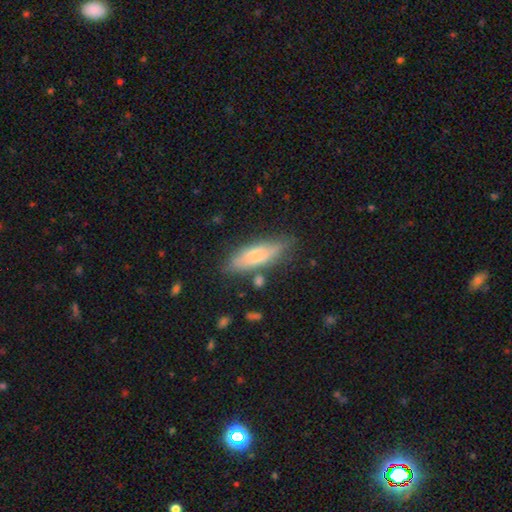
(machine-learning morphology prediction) This appears to be a smooth galaxy with no disk features (67%) that is cigar-shaped (54%). Merging: none (73%).